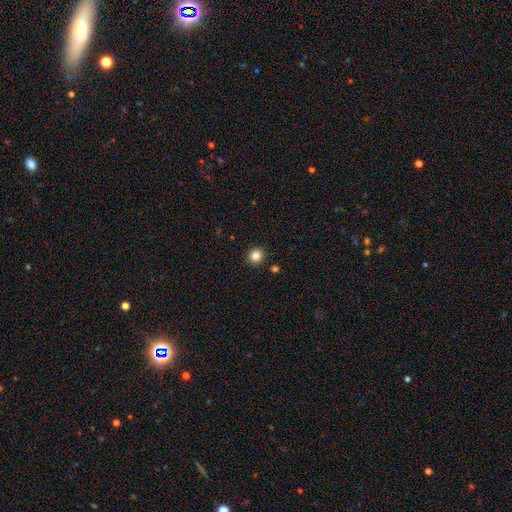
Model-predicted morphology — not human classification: A smooth galaxy with no disk features (85%) that is round (90%).

Vote fractions:
- Smooth or featured? smooth: 85% / star or artifact: 11% / featured or disk: 4%
- How rounded? round: 90% / in between: 9% / cigar-shaped: 1%
- Merging? none: 91% / minor disturbance: 5% / merger: 2% / major disturbance: 2%